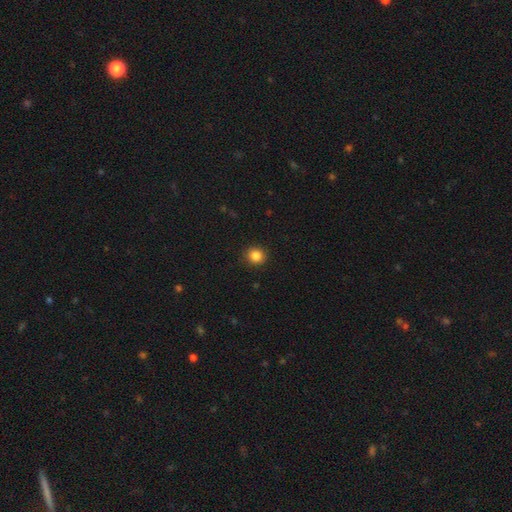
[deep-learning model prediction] smooth_or_featured: smooth (p=0.85) [alt: star or artifact p=0.11]
how_rounded: round (p=0.89) [alt: in between p=0.10]
merging: none (p=0.91) [alt: minor disturbance p=0.06]